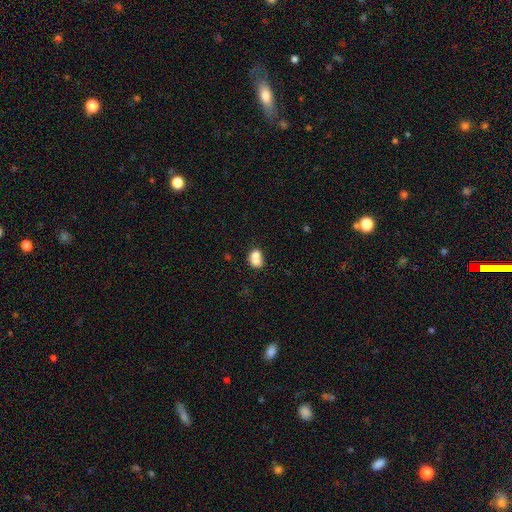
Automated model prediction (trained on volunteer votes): smooth_or_featured: smooth (p=0.74) [alt: featured or disk p=0.17]
how_rounded: in between (p=0.60) [alt: round p=0.38]
merging: merger (p=0.57) [alt: none p=0.26]